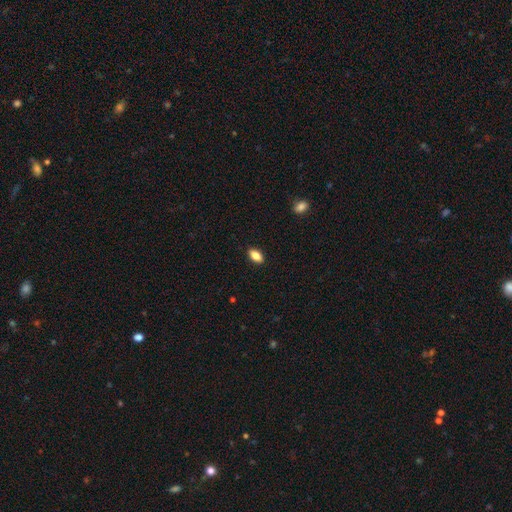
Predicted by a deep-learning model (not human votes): A smooth galaxy with no disk features (84%) that is in between round and cigar-shaped (89%). Merging: none (89%).